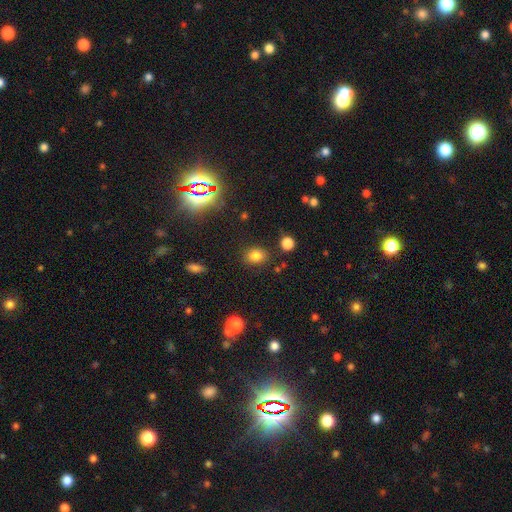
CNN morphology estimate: The model was most divided on "how rounded": in between: 54%, round: 45%, cigar-shaped: 1%. More confident: merging — none (83%); smooth or featured — smooth (80%).